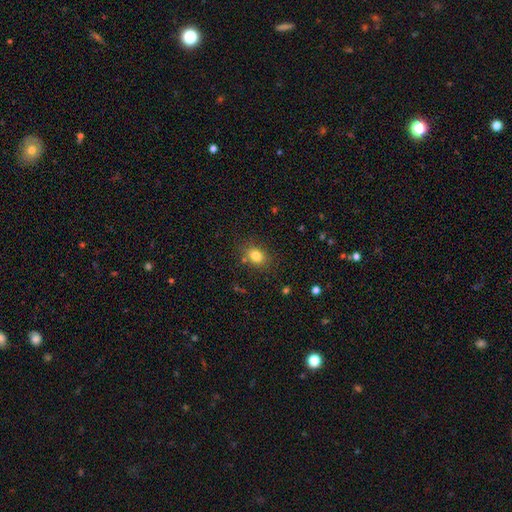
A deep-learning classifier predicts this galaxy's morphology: Smooth or featured?
  - smooth: 81% *
  - star or artifact: 11%
  - featured or disk: 7%
How rounded?
  - in between: 64% *
  - round: 35%
  - cigar-shaped: 1%
Merging?
  - none: 80% *
  - minor disturbance: 13%
  - major disturbance: 4%
  - merger: 4%